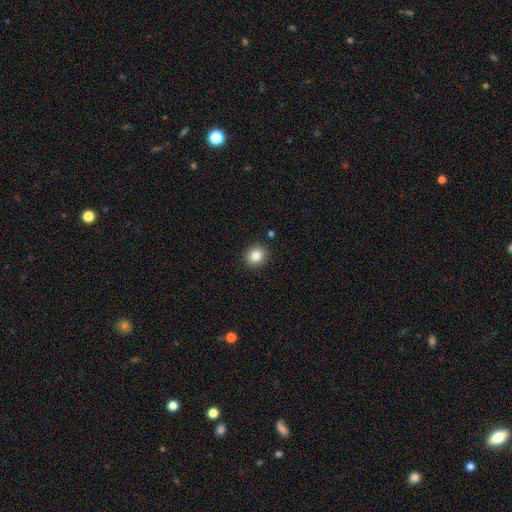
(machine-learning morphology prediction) Overall: smooth (85%). How rounded: round (74%). Merging: none (90%).